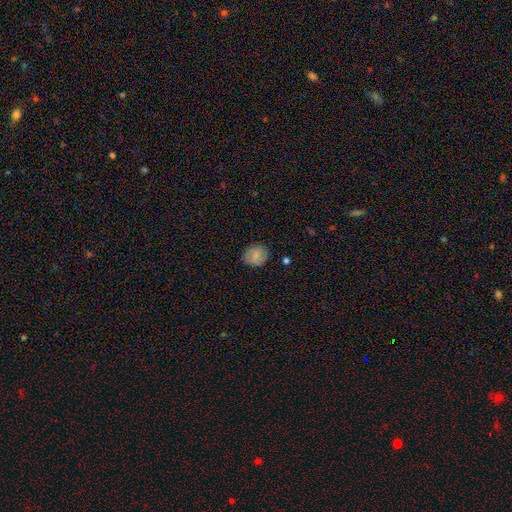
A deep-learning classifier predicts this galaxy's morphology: smooth 81%, featured or disk 11%, star or artifact 9%. Down the decision tree: how rounded — round (70%); merging — none (82%).